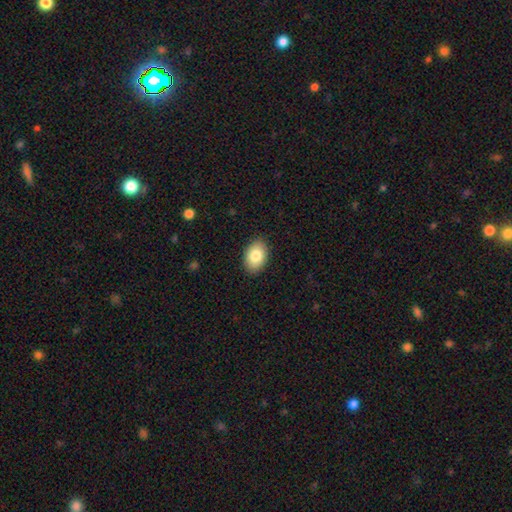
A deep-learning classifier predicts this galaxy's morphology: The model was most divided on "smooth or featured": smooth: 83%, featured or disk: 10%, star or artifact: 7%. More confident: merging — none (89%); how rounded — in between (86%).